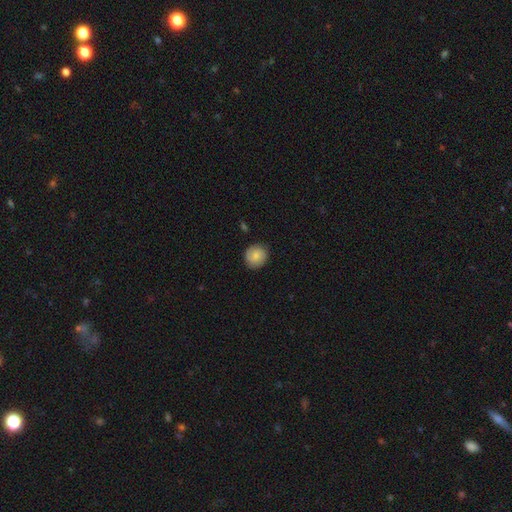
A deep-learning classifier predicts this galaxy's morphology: type=smooth (78%); roundness=round (90%); merging=none (86%).